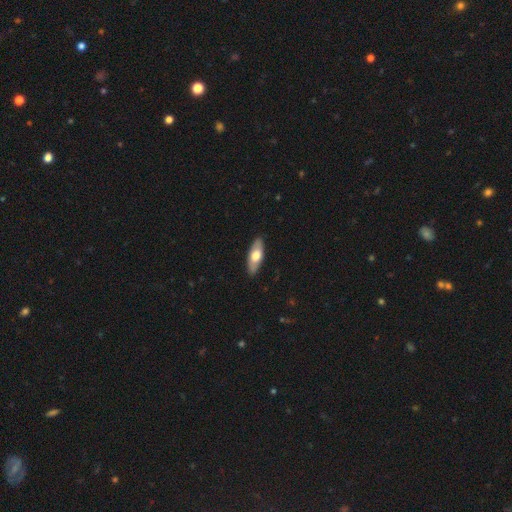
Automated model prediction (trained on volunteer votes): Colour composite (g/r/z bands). It shows a smooth galaxy with no disk features (62%) that is in between round and cigar-shaped (71%). Merging: none (88%).